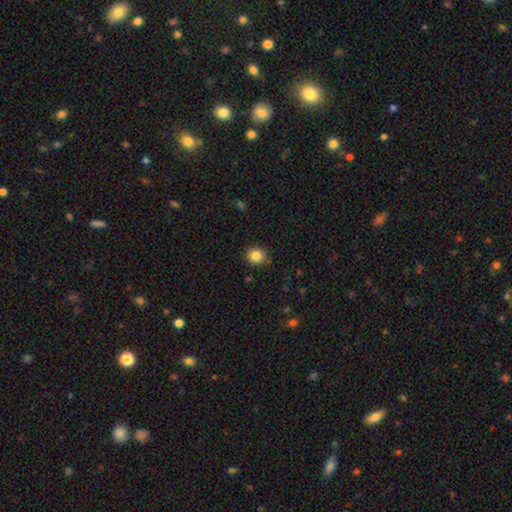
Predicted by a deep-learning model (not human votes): smooth 85%, star or artifact 10%, featured or disk 5%. Down the decision tree: how rounded — round (87%); merging — none (88%).